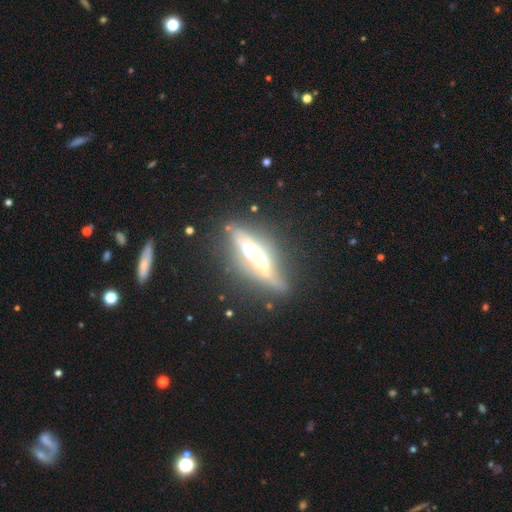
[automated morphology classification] featured or disk 72%, smooth 20%, star or artifact 8%. Down the decision tree: edge-on disk — yes (78%); edge-on bulge — none (37%); merging — none (61%).